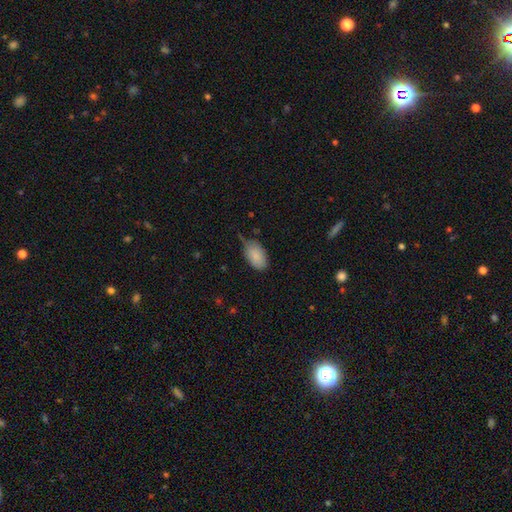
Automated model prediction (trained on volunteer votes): This is clearly a smooth galaxy (87%). How rounded: clearly in between (94%). Merging: likely none (61%).